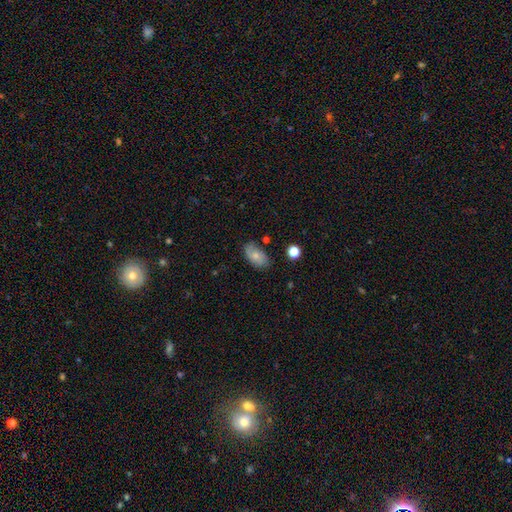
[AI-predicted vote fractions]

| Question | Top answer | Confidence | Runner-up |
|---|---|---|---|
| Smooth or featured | smooth | 65% | featured or disk (27%) |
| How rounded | in between | 92% | round (6%) |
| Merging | none | 71% | minor disturbance (22%) |